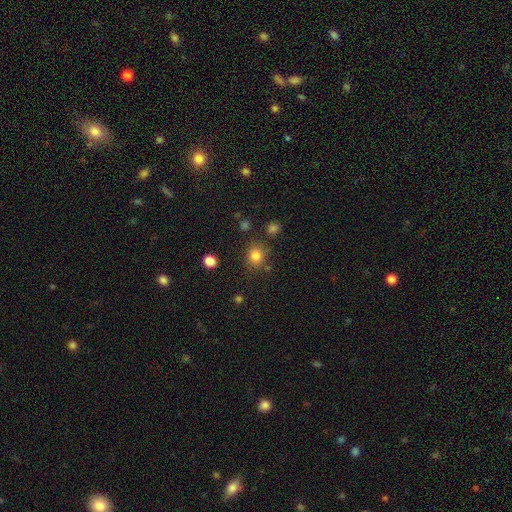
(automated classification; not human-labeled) smooth 82%, star or artifact 13%, featured or disk 5%. Down the decision tree: how rounded — round (81%); merging — none (80%).